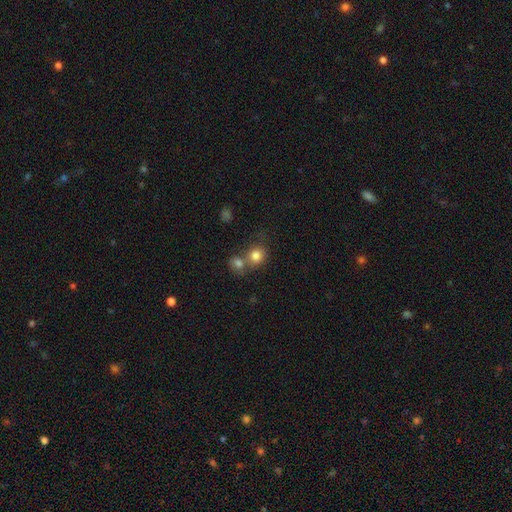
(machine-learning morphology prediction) Smooth or featured? Predicted: smooth (p=0.80). How rounded? Predicted: round (p=0.79). Merging? Predicted: none (p=0.45).